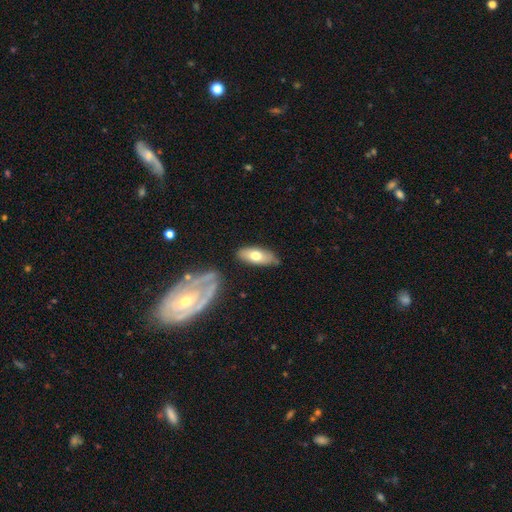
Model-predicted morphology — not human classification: Q: Smooth or featured?
A: smooth (64%); runner-up: featured or disk (30%)
Q: How rounded?
A: in between (76%); runner-up: cigar-shaped (22%)
Q: Merging?
A: none (76%); runner-up: minor disturbance (16%)